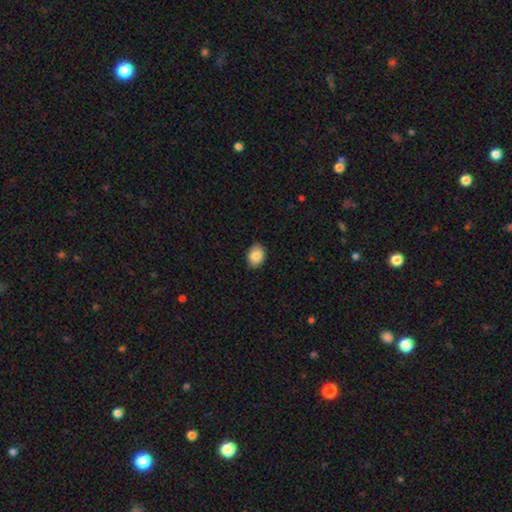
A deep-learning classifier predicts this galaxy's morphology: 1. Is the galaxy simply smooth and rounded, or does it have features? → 87% smooth, 8% star or artifact, 5% featured or disk.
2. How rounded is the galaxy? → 63% in between, 36% round, 1% cigar-shaped.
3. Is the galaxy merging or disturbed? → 87% none, 10% minor disturbance, 2% major disturbance, 1% merger.